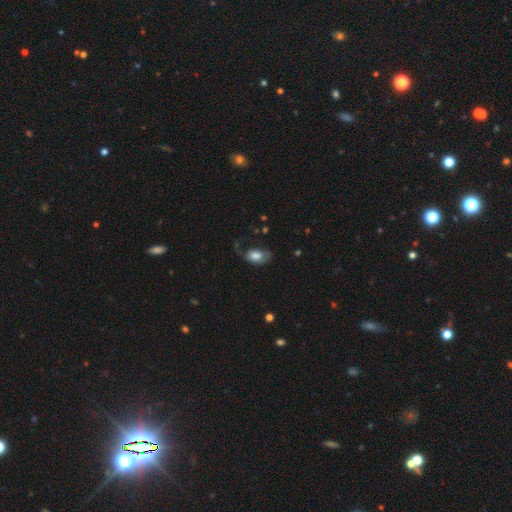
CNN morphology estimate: A smooth galaxy with no disk features (67%) that is in between round and cigar-shaped (90%). Merging: none (36%).